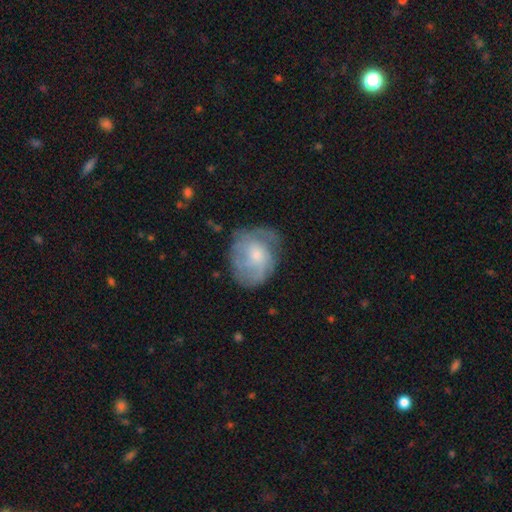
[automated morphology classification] A featured or disk galaxy (52%) with no bar (76%), spiral arms (69%) and a moderate central bulge (44%).

Vote fractions:
- Smooth or featured? featured or disk: 52% / smooth: 40% / star or artifact: 7%
- Edge-on disk? no: 97% / yes: 3%
- Bar? no: 76% / weak: 21% / strong: 3%
- Spiral arms? yes: 69% / no: 31%
- Bulge size? moderate: 44% / small: 41% / none: 7% / large: 6% / dominant: 1%
- Merging? none: 59% / minor disturbance: 25% / major disturbance: 14% / merger: 2%